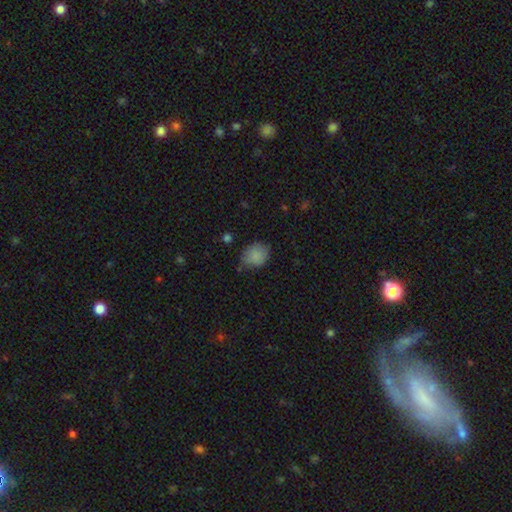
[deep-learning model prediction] Smooth or featured? smooth (84%)
How rounded? round (56%)
Merging? none (67%)